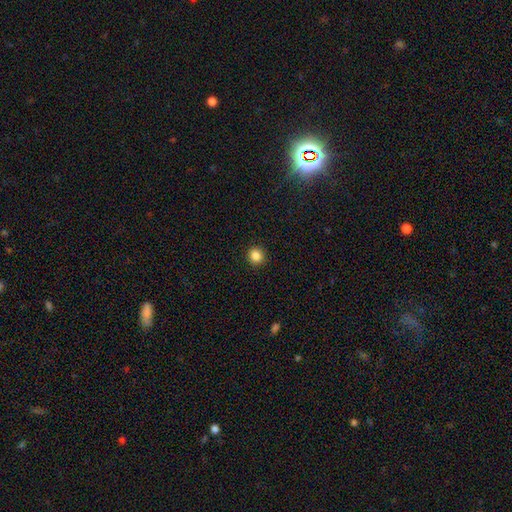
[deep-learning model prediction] Smooth or featured? smooth (85%)
How rounded? round (91%)
Merging? none (93%)